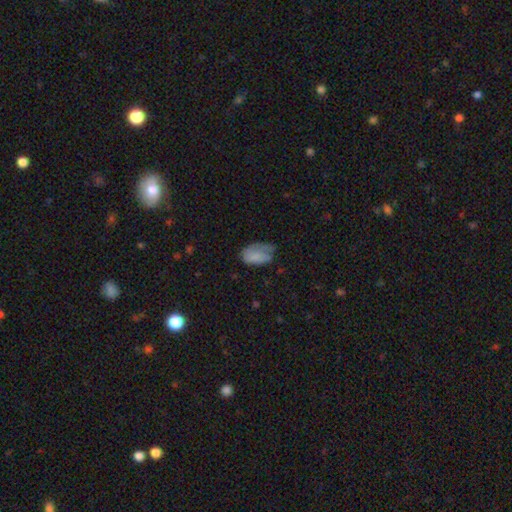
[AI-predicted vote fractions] Smooth or featured? Predicted: smooth (p=0.75). How rounded? Predicted: in between (p=0.91). Merging? Predicted: minor disturbance (p=0.38).